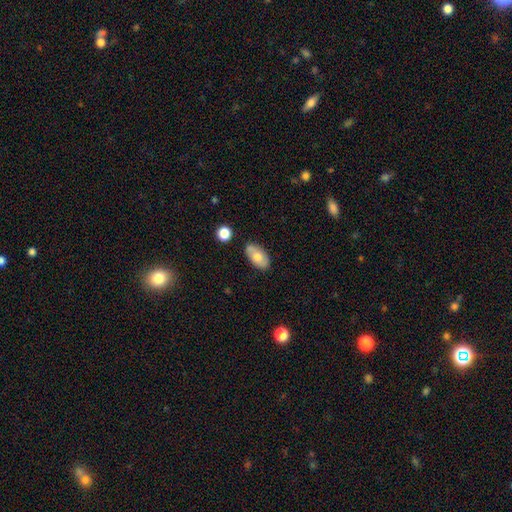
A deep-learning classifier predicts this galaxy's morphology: Smooth or featured: smooth — 73% (featured or disk — 20%)
How rounded: in between — 93% (round — 4%)
Merging: none — 75% (minor disturbance — 17%)